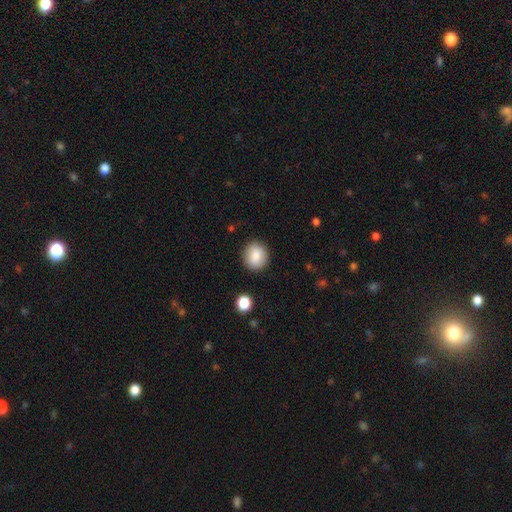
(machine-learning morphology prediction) Smooth or featured: smooth — 86% (star or artifact — 8%)
How rounded: round — 81% (in between — 18%)
Merging: none — 89% (minor disturbance — 7%)